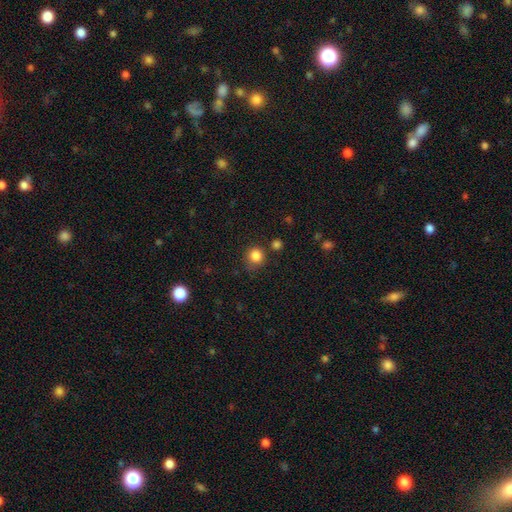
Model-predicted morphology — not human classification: The model was most divided on "merging": none: 75%, minor disturbance: 15%, merger: 5%, major disturbance: 4%. More confident: how rounded — round (89%); smooth or featured — smooth (84%).